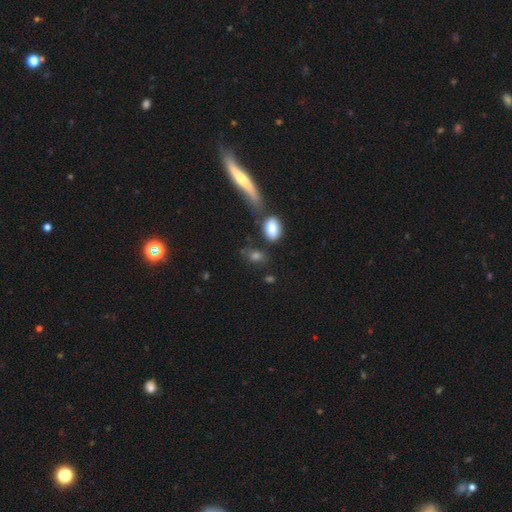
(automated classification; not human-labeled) This is likely a smooth galaxy (72%). How rounded: likely in between (68%). Merging: possibly none (59%).